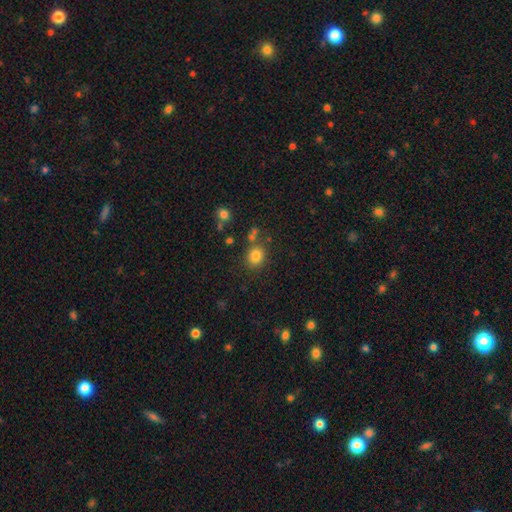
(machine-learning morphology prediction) Q: Smooth or featured?
A: smooth (80%); runner-up: star or artifact (13%)
Q: How rounded?
A: round (73%); runner-up: in between (27%)
Q: Merging?
A: none (76%); runner-up: minor disturbance (11%)